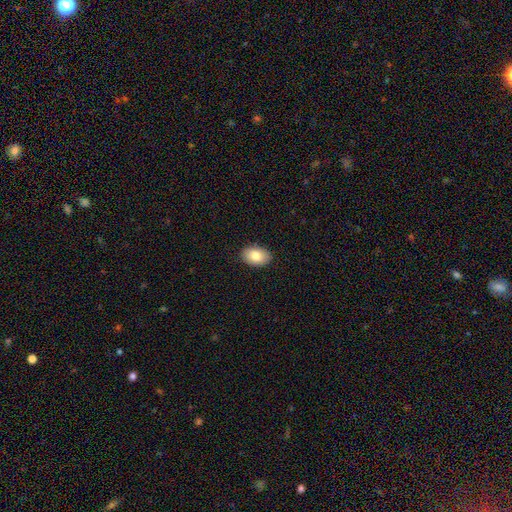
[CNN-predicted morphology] Overall: smooth (82%). How rounded: in between (87%). Merging: none (89%).